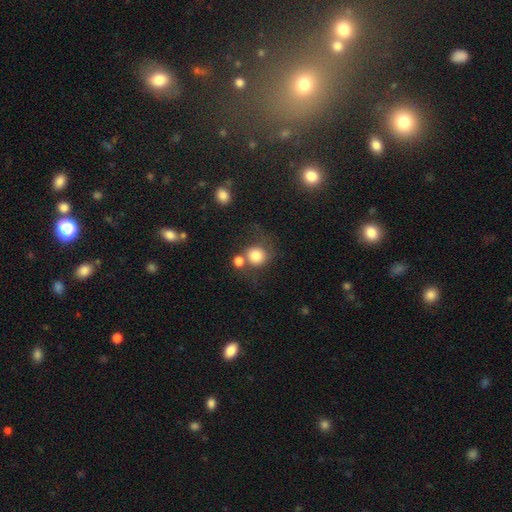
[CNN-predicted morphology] smooth_or_featured: smooth (p=0.79) [alt: featured or disk p=0.11]
how_rounded: round (p=0.86) [alt: in between p=0.13]
merging: none (p=0.49) [alt: merger p=0.26]